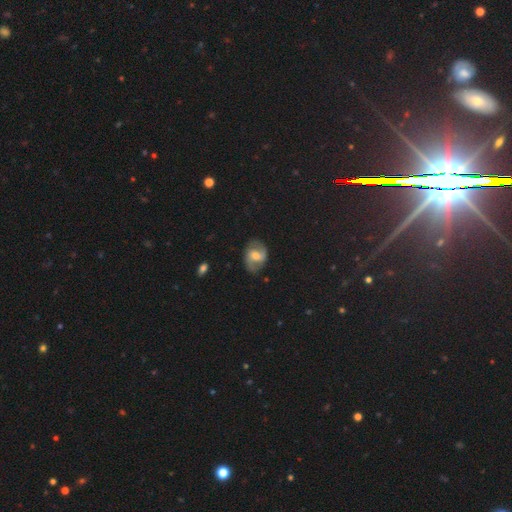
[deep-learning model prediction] A featured or disk galaxy (66%) with a weak bar (49%), 2 (88%) medium (47%) spiral arms (88%) and a moderate central bulge (58%). Merging: none (76%).